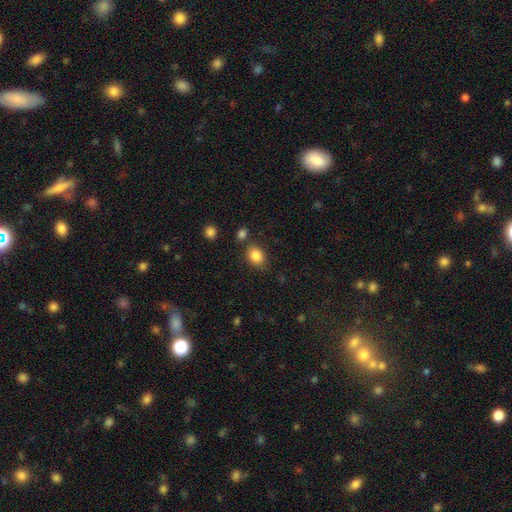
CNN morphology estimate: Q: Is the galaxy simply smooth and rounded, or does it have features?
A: smooth — 86%.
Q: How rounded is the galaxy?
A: in between — 58%.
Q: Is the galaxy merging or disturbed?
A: none — 77%.